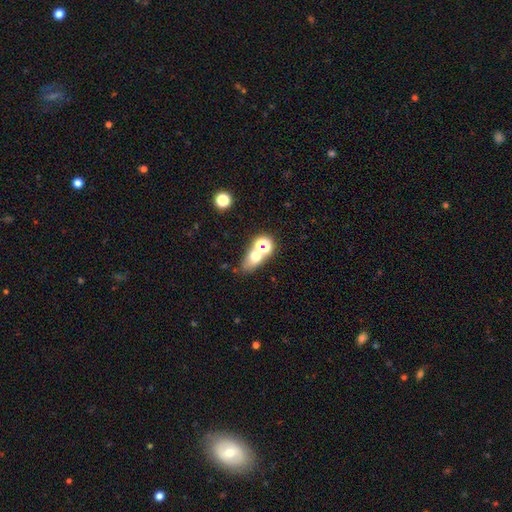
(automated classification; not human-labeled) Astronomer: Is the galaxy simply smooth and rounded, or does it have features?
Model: smooth — 58%.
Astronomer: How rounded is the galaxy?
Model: in between — 64%.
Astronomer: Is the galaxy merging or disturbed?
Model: none — 53% (runner-up: merger, 32%).